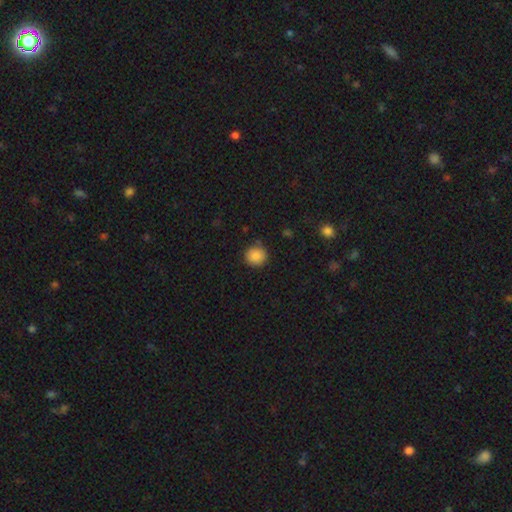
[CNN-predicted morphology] smooth_or_featured: smooth (p=0.87) [alt: star or artifact p=0.09]
how_rounded: round (p=0.93) [alt: in between p=0.06]
merging: none (p=0.85) [alt: minor disturbance p=0.11]